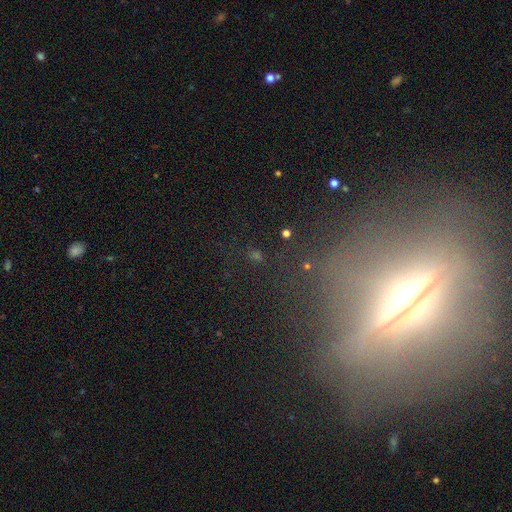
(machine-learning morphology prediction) Smooth or featured? Predicted: star or artifact (p=0.53).